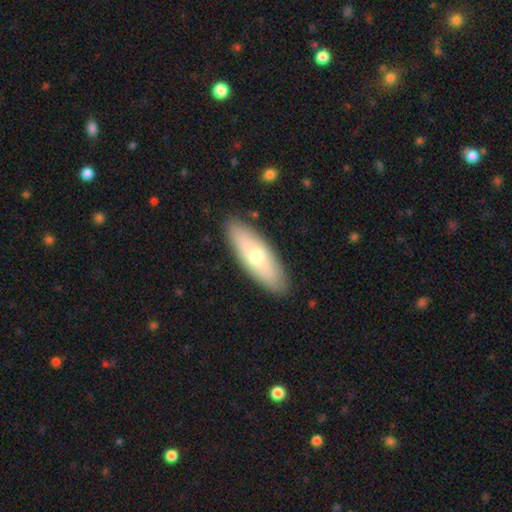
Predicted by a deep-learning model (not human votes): The model was most divided on "how rounded": in between: 57%, cigar-shaped: 41%, round: 2%. More confident: merging — none (87%); smooth or featured — smooth (64%).